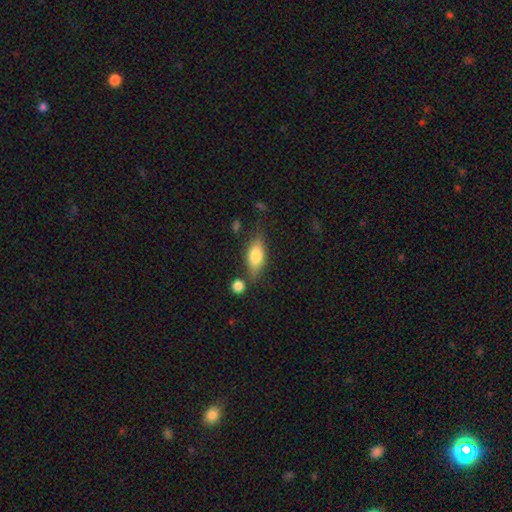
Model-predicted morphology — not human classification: Overall: smooth (74%). How rounded: in between (82%). Merging: none (66%).